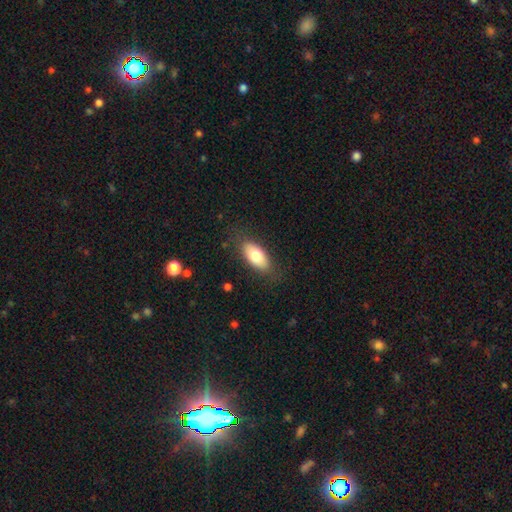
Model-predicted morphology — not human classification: A smooth galaxy with no disk features (76%) that is in between round and cigar-shaped (88%). Merging: none (82%).